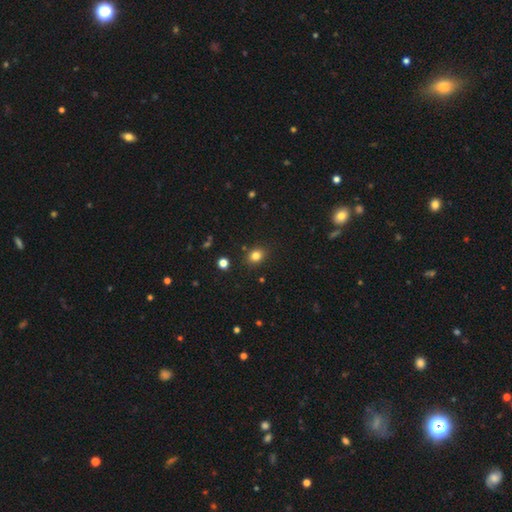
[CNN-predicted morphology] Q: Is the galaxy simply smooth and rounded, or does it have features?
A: smooth — 81%.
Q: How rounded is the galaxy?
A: round — 53%.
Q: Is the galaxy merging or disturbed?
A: none — 85%.